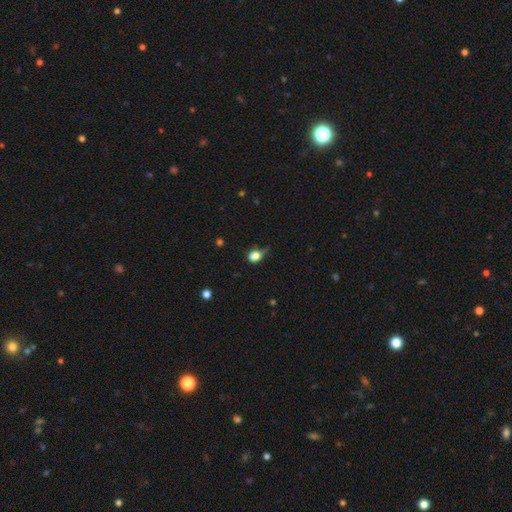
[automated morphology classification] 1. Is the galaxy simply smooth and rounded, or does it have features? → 79% smooth, 11% star or artifact, 10% featured or disk.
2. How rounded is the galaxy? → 50% round, 48% in between, 2% cigar-shaped.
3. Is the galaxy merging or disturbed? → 41% minor disturbance, 33% none, 22% major disturbance, 5% merger.